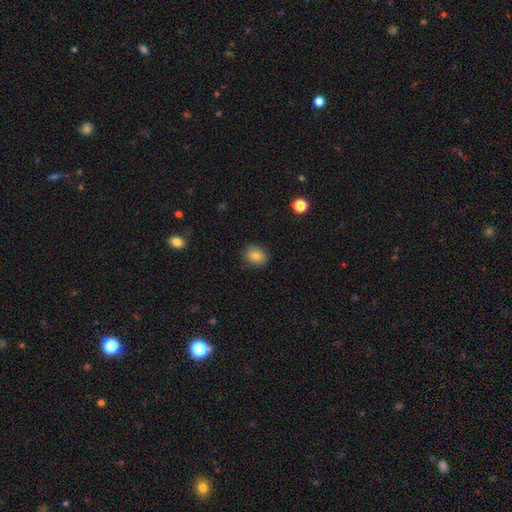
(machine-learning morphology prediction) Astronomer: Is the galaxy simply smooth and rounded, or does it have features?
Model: smooth — 80%.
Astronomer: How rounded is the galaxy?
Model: in between — 51% (runner-up: round, 48%).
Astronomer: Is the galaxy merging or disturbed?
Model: none — 85%.